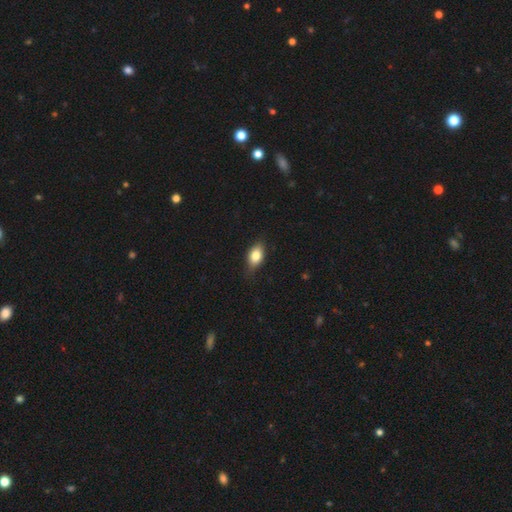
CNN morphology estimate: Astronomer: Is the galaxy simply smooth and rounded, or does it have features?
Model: smooth — 77%.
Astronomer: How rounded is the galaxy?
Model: in between — 84%.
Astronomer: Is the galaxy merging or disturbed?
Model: none — 79%.